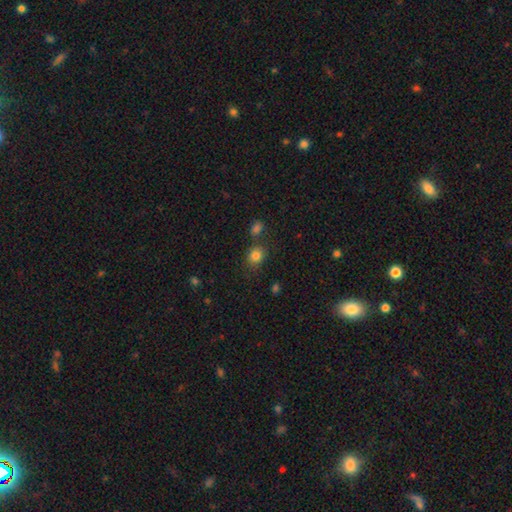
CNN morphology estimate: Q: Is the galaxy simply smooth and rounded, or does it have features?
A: smooth — 82%.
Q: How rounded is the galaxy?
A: round — 67%.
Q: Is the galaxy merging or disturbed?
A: none — 73%.